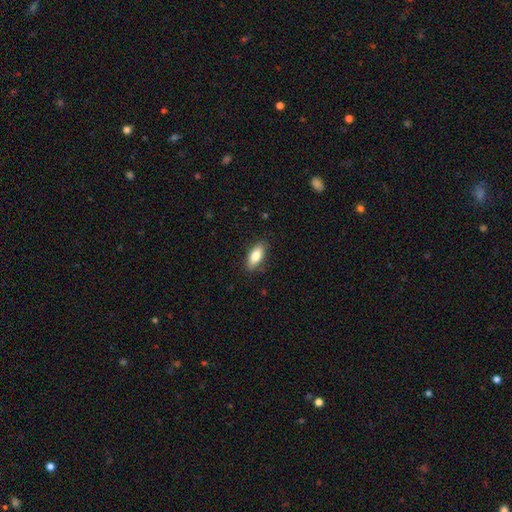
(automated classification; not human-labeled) Smooth or featured? Predicted: smooth (p=0.79). How rounded? Predicted: in between (p=0.82). Merging? Predicted: none (p=0.85).